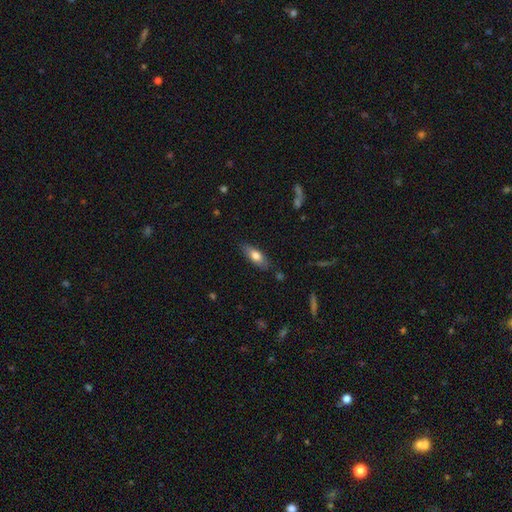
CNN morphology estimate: This appears to be a smooth galaxy with no disk features (73%) that is in between round and cigar-shaped (72%). Merging: none (81%).